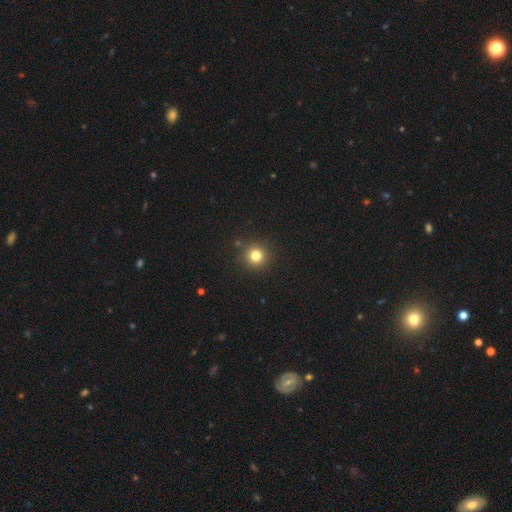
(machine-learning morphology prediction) A smooth galaxy with no disk features (80%) that is round (95%). Merging: none (90%).